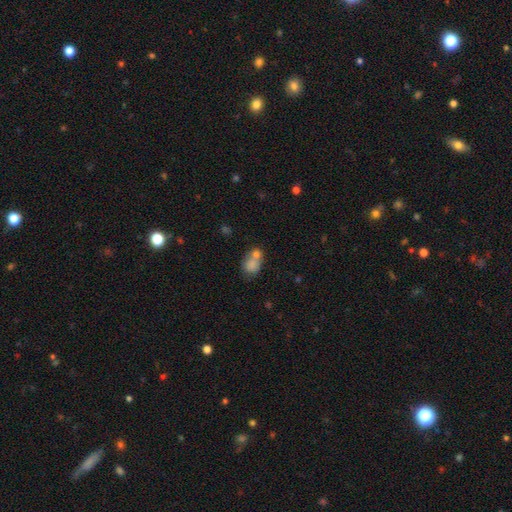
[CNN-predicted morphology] A smooth galaxy with no disk features (73%) that is round (52%).

Vote fractions:
- Smooth or featured? smooth: 73% / star or artifact: 14% / featured or disk: 13%
- How rounded? round: 52% / in between: 47% / cigar-shaped: 2%
- Merging? merger: 48% / none: 36% / minor disturbance: 10% / major disturbance: 5%